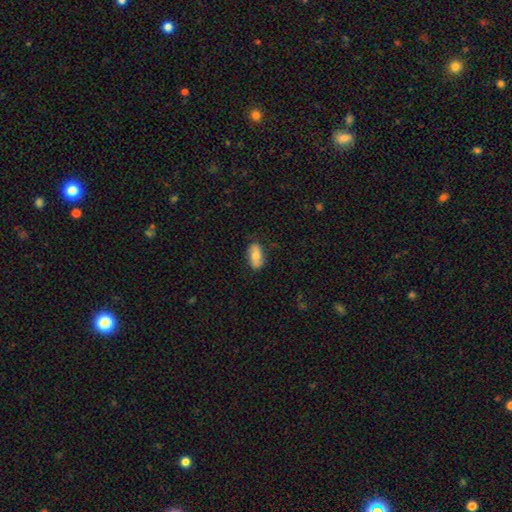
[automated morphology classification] smooth_or_featured: smooth (p=0.64) [alt: featured or disk p=0.29]
how_rounded: in between (p=0.90) [alt: cigar-shaped p=0.05]
merging: none (p=0.80) [alt: minor disturbance p=0.16]